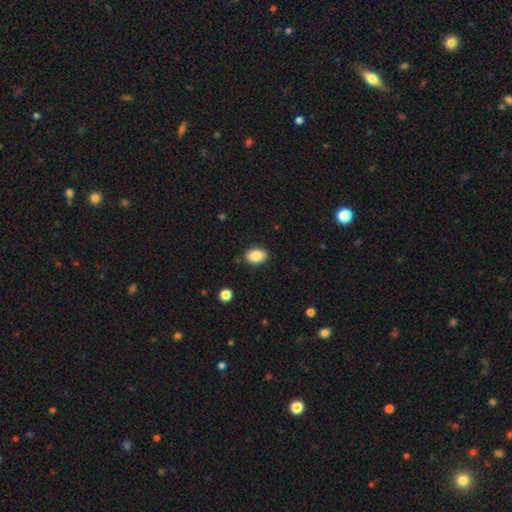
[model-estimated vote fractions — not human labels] Smooth or featured? Predicted: smooth (p=0.87). How rounded? Predicted: in between (p=0.84). Merging? Predicted: none (p=0.85).